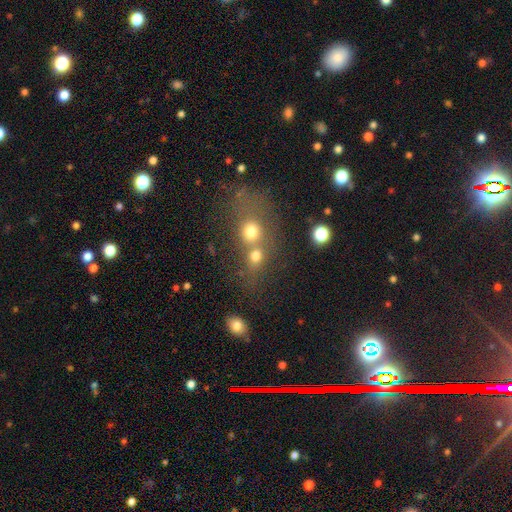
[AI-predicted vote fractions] The model was most divided on "merging": merger: 54%, none: 34%, minor disturbance: 7%, major disturbance: 5%. More confident: how rounded — round (73%); smooth or featured — smooth (73%).